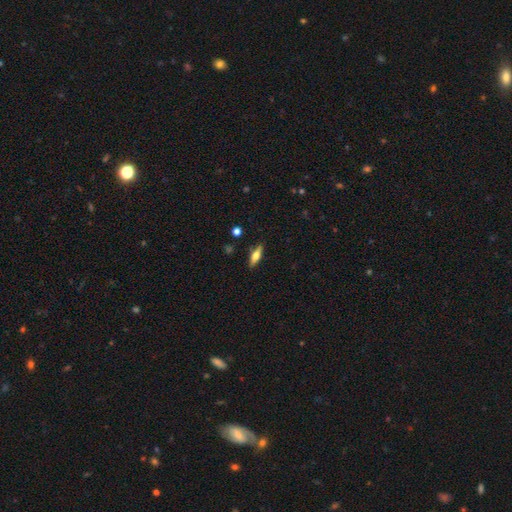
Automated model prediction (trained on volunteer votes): smooth-or-featured: smooth: 55% | featured or disk: 38% | star or artifact: 7%
  how-rounded: in between: 52% | cigar-shaped: 45% | round: 3%
  merging: none: 86% | minor disturbance: 10% | major disturbance: 2% | merger: 2%